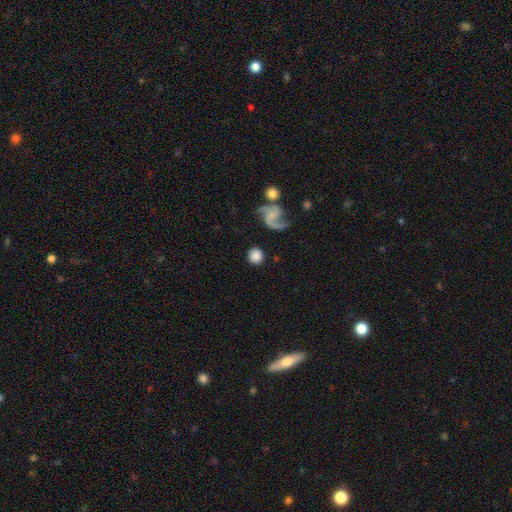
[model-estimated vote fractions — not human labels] Smooth or featured? Predicted: smooth (p=0.70). How rounded? Predicted: round (p=0.91). Merging? Predicted: none (p=0.81).